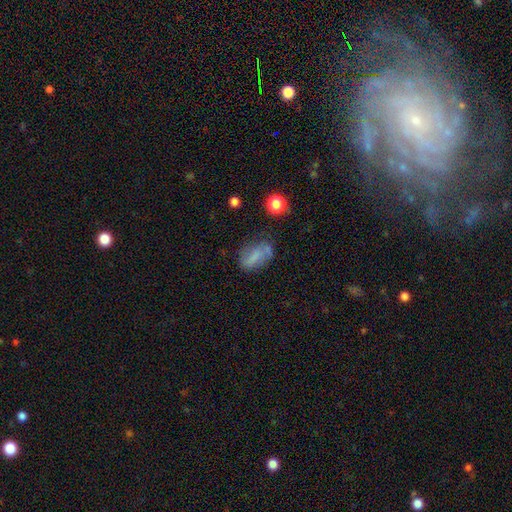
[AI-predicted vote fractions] This is possibly a smooth galaxy (54%). How rounded: clearly in between (83%). Merging: possibly none (55%).